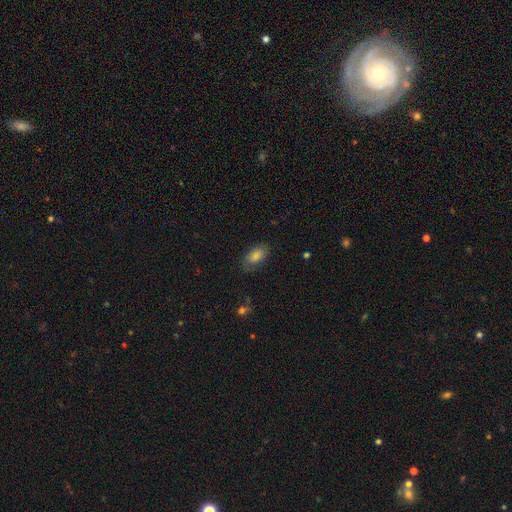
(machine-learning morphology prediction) Q: Smooth or featured?
A: smooth (79%); runner-up: featured or disk (10%)
Q: How rounded?
A: in between (91%); runner-up: round (5%)
Q: Merging?
A: none (81%); runner-up: minor disturbance (14%)